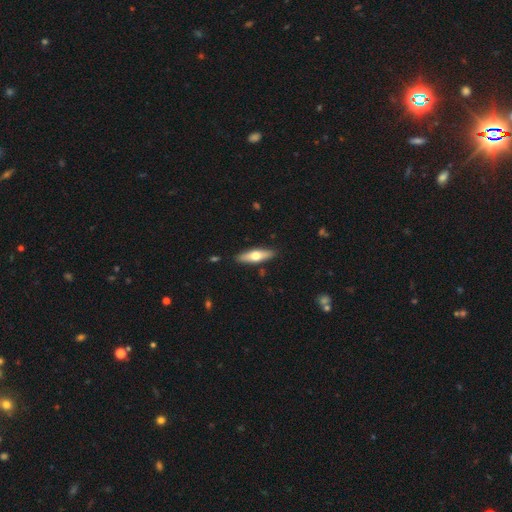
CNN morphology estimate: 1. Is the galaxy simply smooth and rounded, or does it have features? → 53% smooth, 41% featured or disk, 5% star or artifact.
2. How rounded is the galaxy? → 56% cigar-shaped, 42% in between, 2% round.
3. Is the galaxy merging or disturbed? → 88% none, 8% minor disturbance, 2% major disturbance, 1% merger.